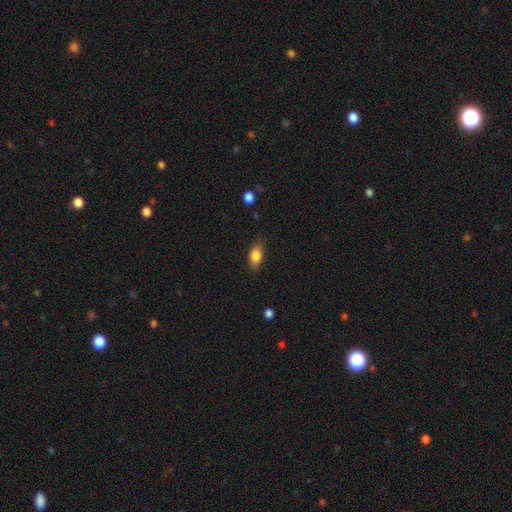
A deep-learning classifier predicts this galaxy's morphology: Smooth or featured?
  - smooth: 83% *
  - featured or disk: 9%
  - star or artifact: 8%
How rounded?
  - in between: 85% *
  - round: 9%
  - cigar-shaped: 6%
Merging?
  - none: 81% *
  - minor disturbance: 15%
  - major disturbance: 3%
  - merger: 1%